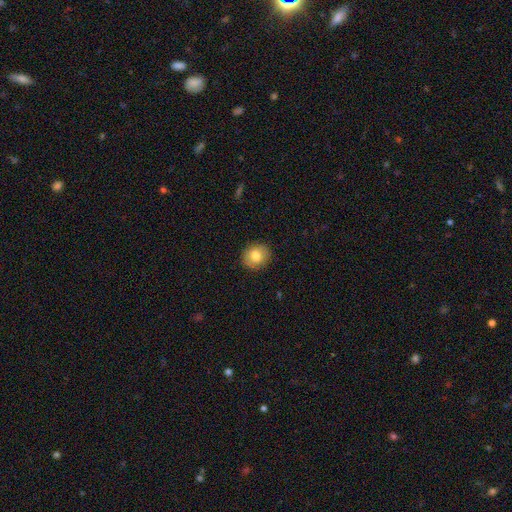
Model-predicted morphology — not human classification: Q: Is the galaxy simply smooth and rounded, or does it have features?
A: smooth — 79%.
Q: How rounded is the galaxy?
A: round — 72%.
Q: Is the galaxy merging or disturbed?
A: none — 88%.